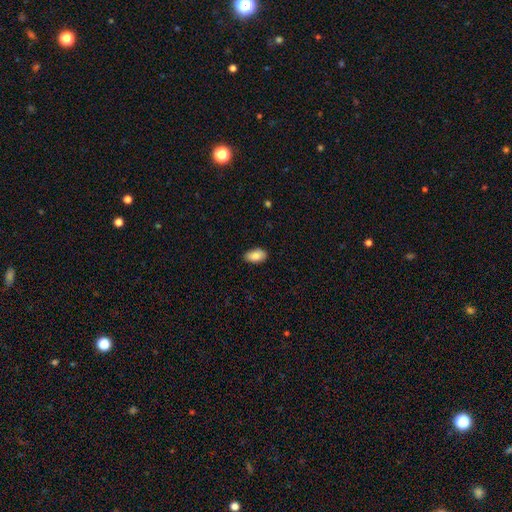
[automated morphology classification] A smooth galaxy with no disk features (86%) that is in between round and cigar-shaped (94%).

Vote fractions:
- Smooth or featured? smooth: 86% / featured or disk: 8% / star or artifact: 7%
- How rounded? in between: 94% / round: 4% / cigar-shaped: 2%
- Merging? none: 85% / minor disturbance: 12% / major disturbance: 2% / merger: 1%